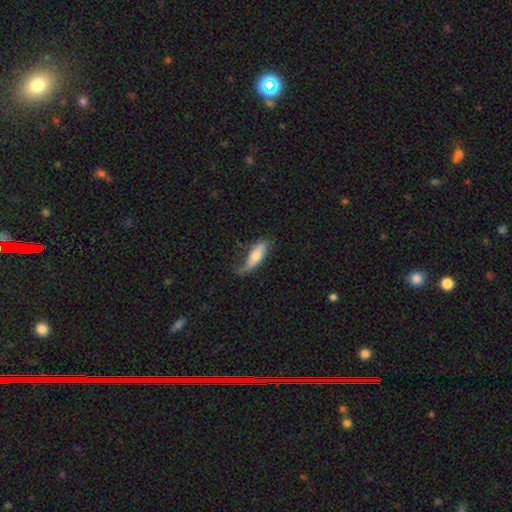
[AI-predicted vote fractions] smooth_or_featured: smooth (p=0.59) [alt: featured or disk p=0.36]
how_rounded: cigar-shaped (p=0.50) [alt: in between p=0.47]
merging: none (p=0.48) [alt: minor disturbance p=0.33]